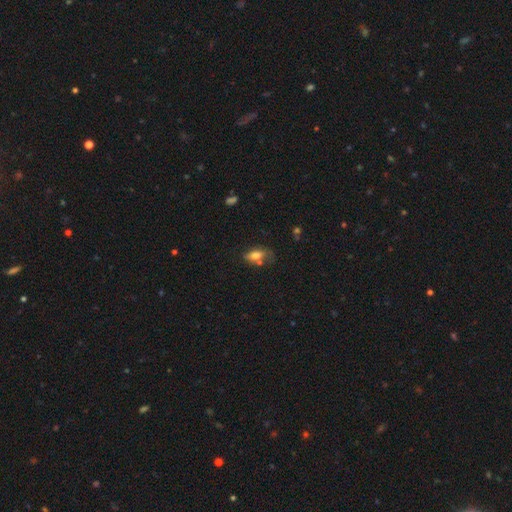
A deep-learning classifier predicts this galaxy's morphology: This is likely a smooth galaxy (74%). How rounded: clearly in between (84%). Merging: possibly none (48%).